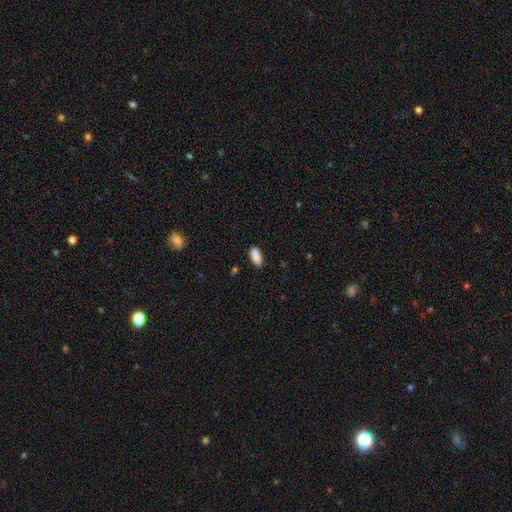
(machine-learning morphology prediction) smooth 90%, star or artifact 7%, featured or disk 3%. Down the decision tree: how rounded — in between (87%); merging — none (85%).